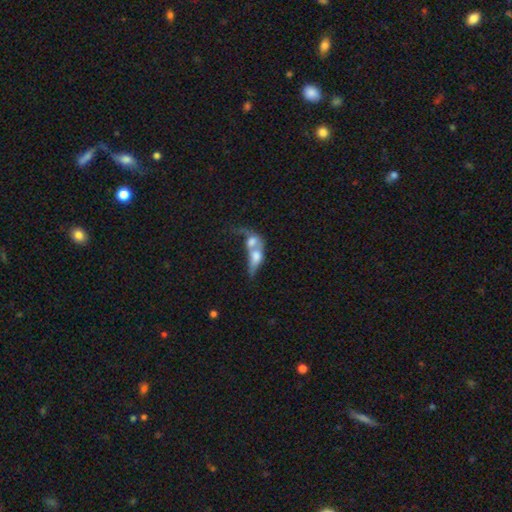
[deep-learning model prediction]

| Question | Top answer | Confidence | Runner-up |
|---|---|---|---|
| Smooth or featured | smooth | 52% | featured or disk (39%) |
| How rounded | in between | 65% | round (20%) |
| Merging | merger | 76% | major disturbance (11%) |